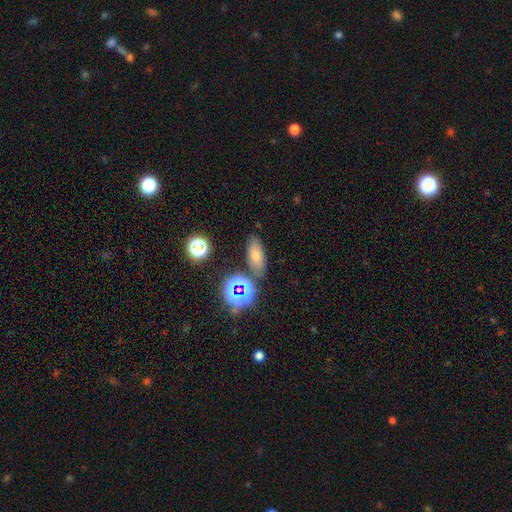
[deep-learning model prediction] Smooth or featured? Predicted: smooth (p=0.55). How rounded? Predicted: in between (p=0.71). Merging? Predicted: none (p=0.81).